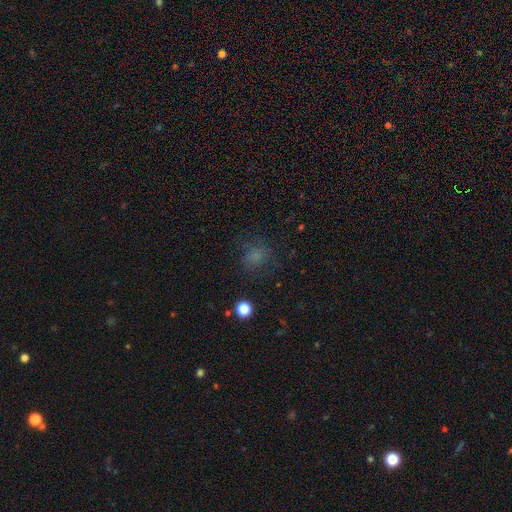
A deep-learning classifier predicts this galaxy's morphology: Smooth or featured: smooth — 72% (star or artifact — 19%)
How rounded: round — 70% (in between — 29%)
Merging: none — 71% (minor disturbance — 17%)